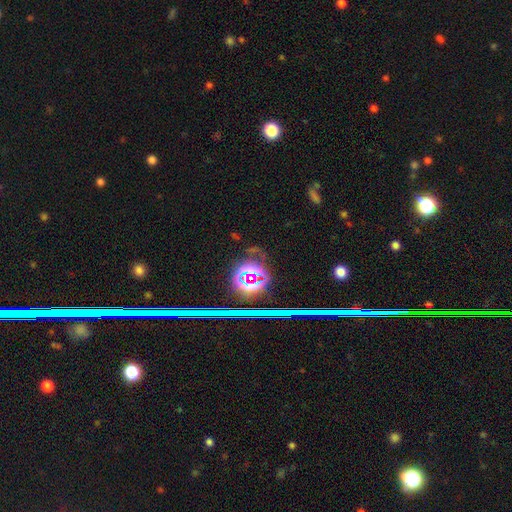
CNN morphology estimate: This is likely a star or artifact rather than a galaxy (76%).